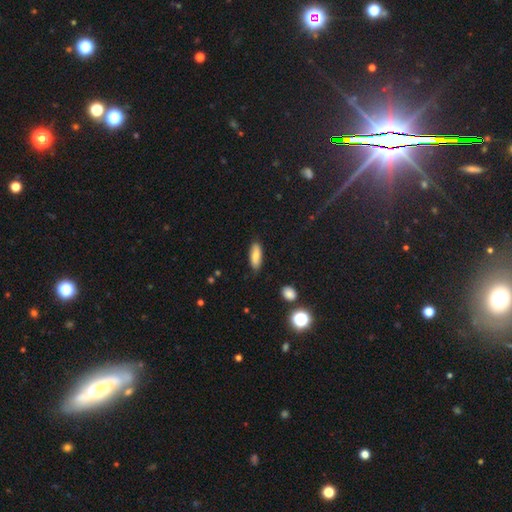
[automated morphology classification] smooth-or-featured: smooth: 79% | featured or disk: 13% | star or artifact: 8%
  how-rounded: in between: 68% | cigar-shaped: 30% | round: 2%
  merging: none: 81% | minor disturbance: 15% | major disturbance: 3% | merger: 2%